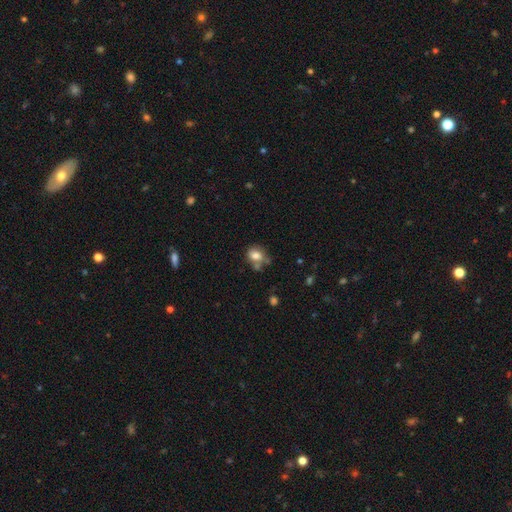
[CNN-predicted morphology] Smooth or featured? smooth (77%)
How rounded? round (61%)
Merging? none (55%)